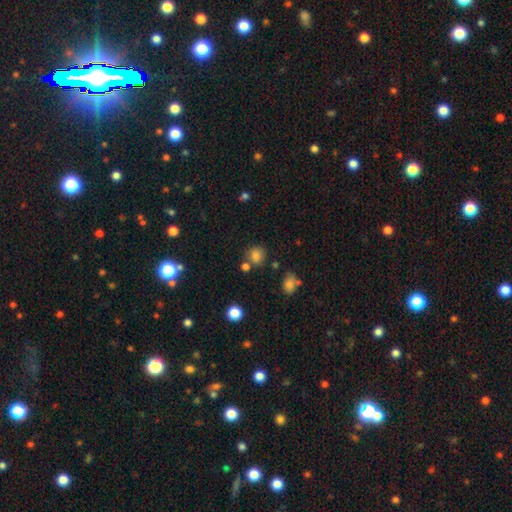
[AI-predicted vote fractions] Smooth or featured: smooth — 79% (star or artifact — 15%)
How rounded: round — 81% (in between — 18%)
Merging: none — 71% (merger — 13%)